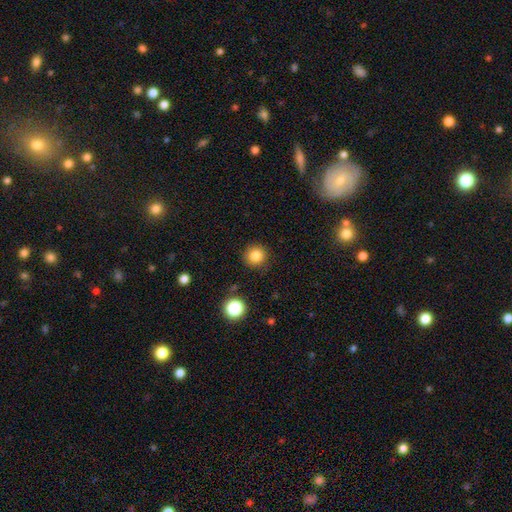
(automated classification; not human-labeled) Smooth or featured?
  - smooth: 83% *
  - star or artifact: 12%
  - featured or disk: 5%
How rounded?
  - round: 93% *
  - in between: 6%
  - cigar-shaped: 1%
Merging?
  - none: 89% *
  - minor disturbance: 7%
  - major disturbance: 2%
  - merger: 2%